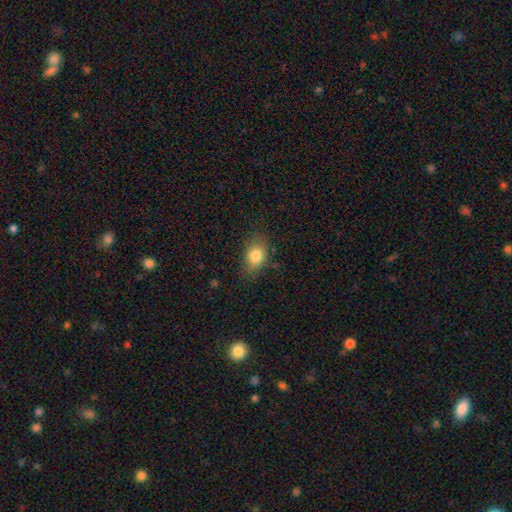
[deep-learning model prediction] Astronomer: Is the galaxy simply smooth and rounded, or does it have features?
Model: smooth — 82%.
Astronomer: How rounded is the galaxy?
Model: in between — 75%.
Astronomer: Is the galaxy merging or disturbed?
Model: none — 77%.